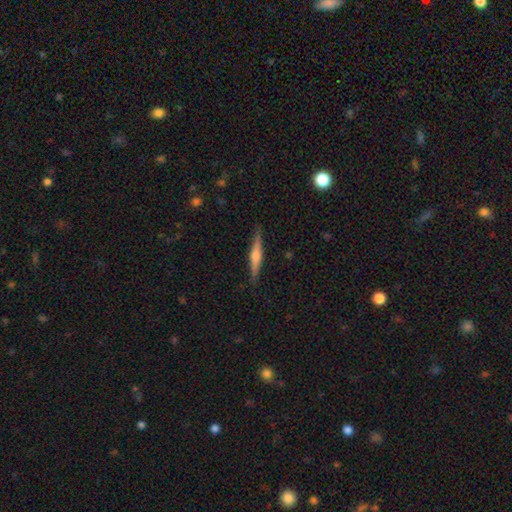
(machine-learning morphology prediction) This is likely a featured or disk galaxy (65%). It is clearly viewed edge-on (98%). Edge-on bulge: clearly rounded (80%). Merging: clearly none (89%).